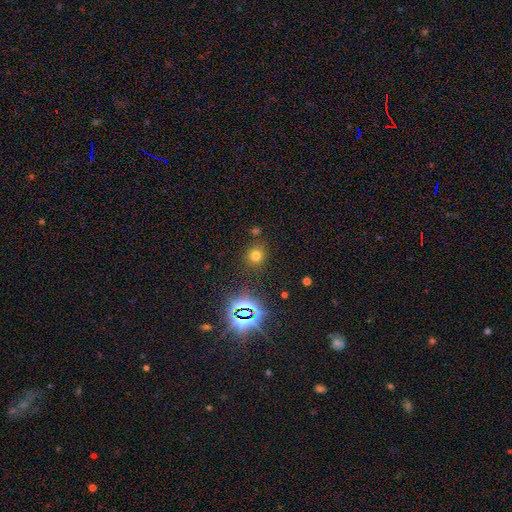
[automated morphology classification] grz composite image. It shows a smooth galaxy with no disk features (66%) that is round (87%). Merging: none (83%).